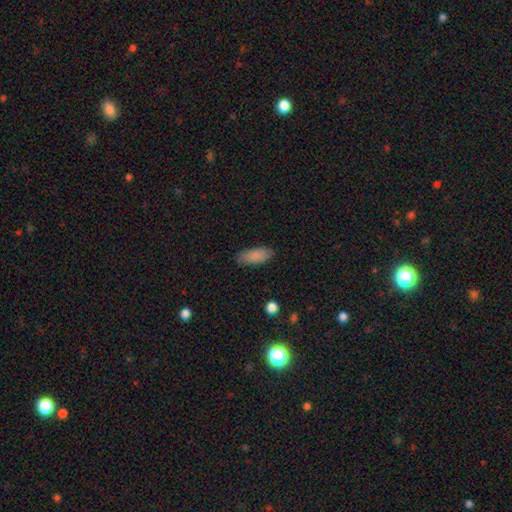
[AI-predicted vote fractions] A smooth galaxy with no disk features (87%) that is in between round and cigar-shaped (83%).

Vote fractions:
- Smooth or featured? smooth: 87% / star or artifact: 7% / featured or disk: 6%
- How rounded? in between: 83% / cigar-shaped: 16% / round: 2%
- Merging? none: 85% / minor disturbance: 11% / major disturbance: 2% / merger: 1%